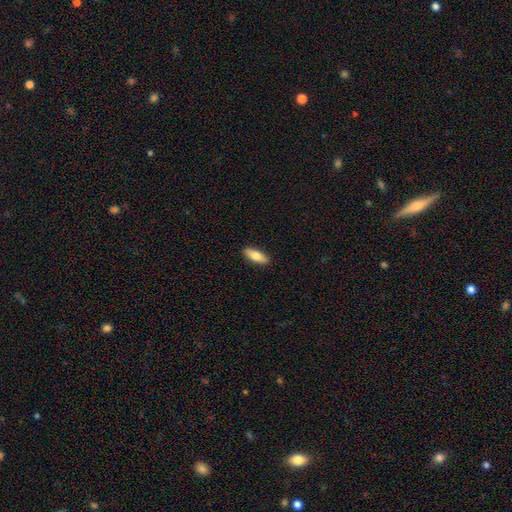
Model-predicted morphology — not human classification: Smooth or featured? Predicted: smooth (p=0.76). How rounded? Predicted: in between (p=0.66). Merging? Predicted: none (p=0.90).